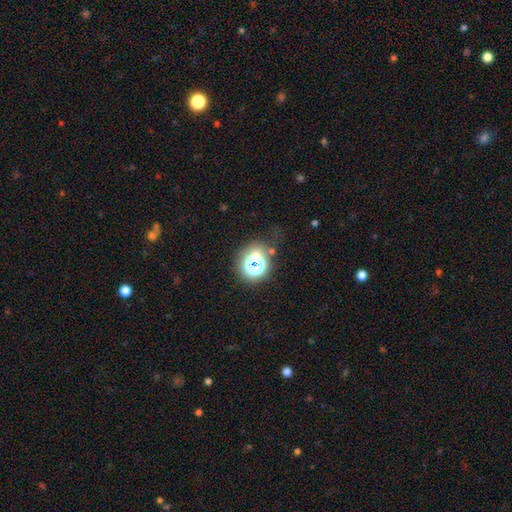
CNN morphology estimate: Overall: star or artifact (45%; smooth 41%).